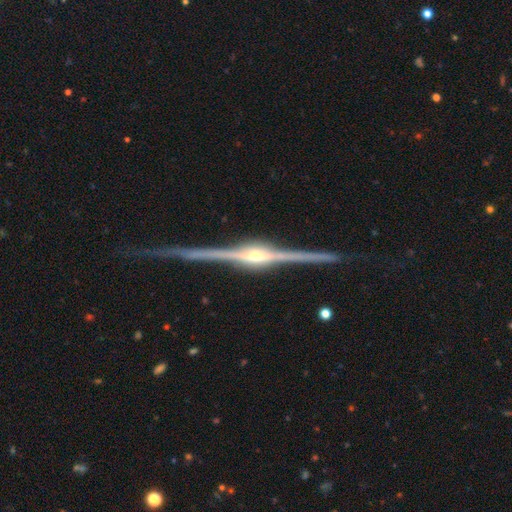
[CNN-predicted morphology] This is clearly a featured or disk galaxy (93%). It is clearly viewed edge-on (99%). Edge-on bulge: clearly rounded (83%). Merging: clearly none (87%).